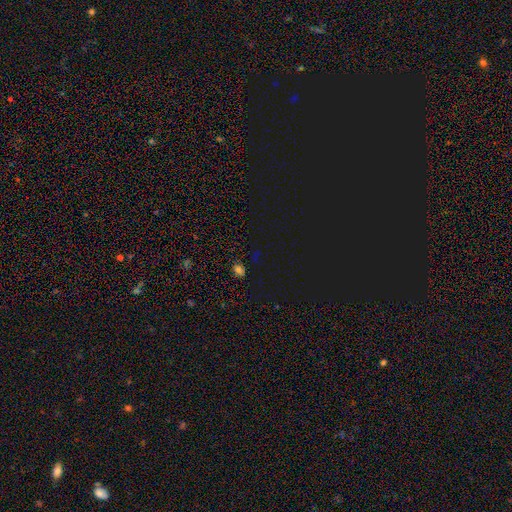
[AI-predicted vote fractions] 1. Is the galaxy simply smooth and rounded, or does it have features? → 53% star or artifact, 40% smooth, 7% featured or disk.